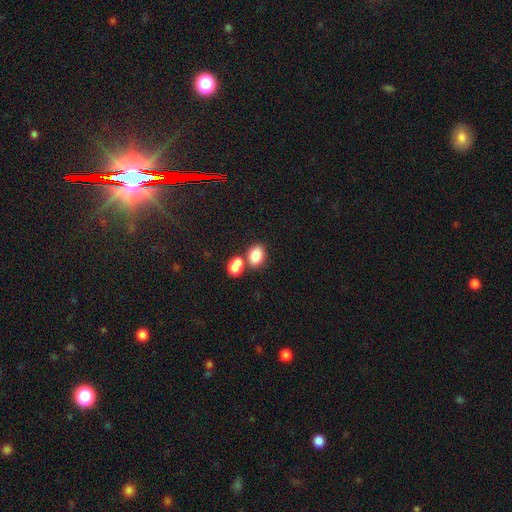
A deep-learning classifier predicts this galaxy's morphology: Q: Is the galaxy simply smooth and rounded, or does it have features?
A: smooth — 84%.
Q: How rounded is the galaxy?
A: in between — 74%.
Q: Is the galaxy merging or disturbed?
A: merger — 45%.